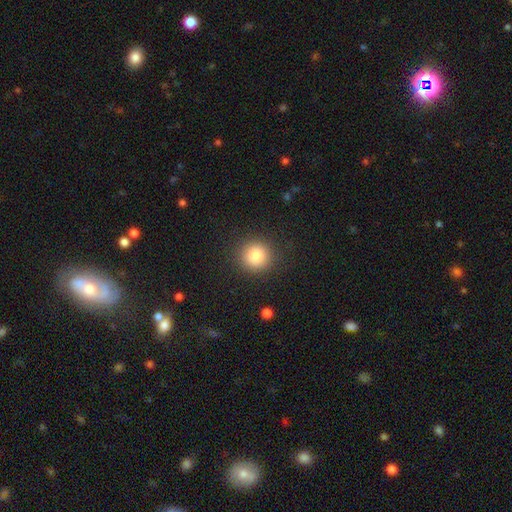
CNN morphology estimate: smooth_or_featured: smooth (p=0.84) [alt: star or artifact p=0.10]
how_rounded: round (p=0.92) [alt: in between p=0.07]
merging: none (p=0.90) [alt: minor disturbance p=0.07]